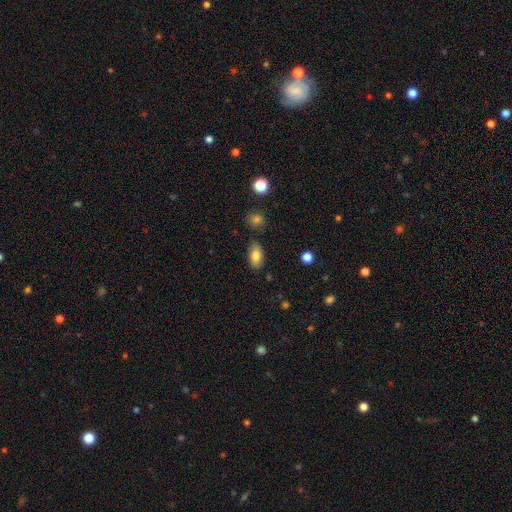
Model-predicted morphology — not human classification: This appears to be a smooth galaxy with no disk features (82%) that is in between round and cigar-shaped (92%). Merging: none (82%).